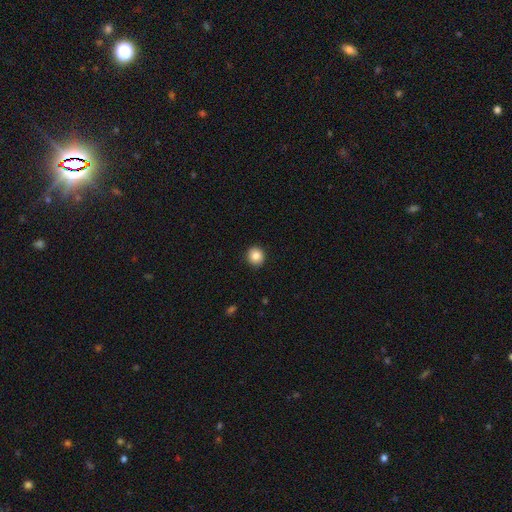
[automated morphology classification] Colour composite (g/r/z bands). It shows a smooth galaxy with no disk features (85%) that is round (88%). Merging: none (90%).